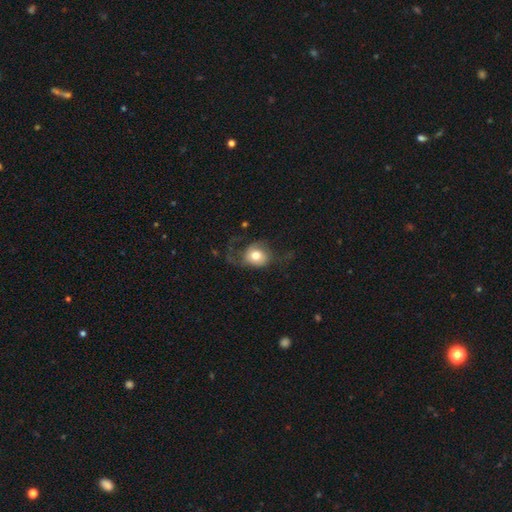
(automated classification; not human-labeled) smooth-or-featured: smooth: 61% | featured or disk: 31% | star or artifact: 8%
  how-rounded: round: 68% | in between: 31% | cigar-shaped: 1%
  merging: major disturbance: 40% | none: 36% | minor disturbance: 21% | merger: 2%